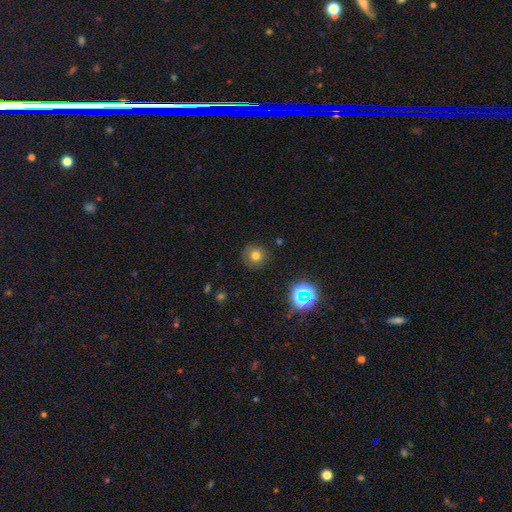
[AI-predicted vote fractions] smooth_or_featured: smooth (p=0.69) [alt: star or artifact p=0.19]
how_rounded: round (p=0.93) [alt: in between p=0.06]
merging: none (p=0.85) [alt: minor disturbance p=0.10]